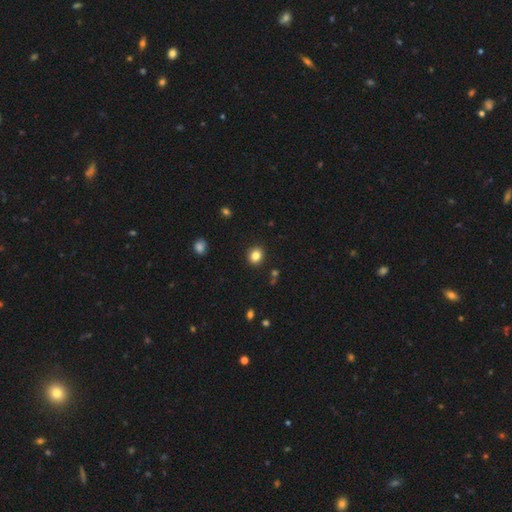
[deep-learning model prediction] smooth-or-featured: smooth: 83% | star or artifact: 11% | featured or disk: 6%
  how-rounded: round: 78% | in between: 21% | cigar-shaped: 1%
  merging: none: 90% | minor disturbance: 6% | major disturbance: 2% | merger: 2%